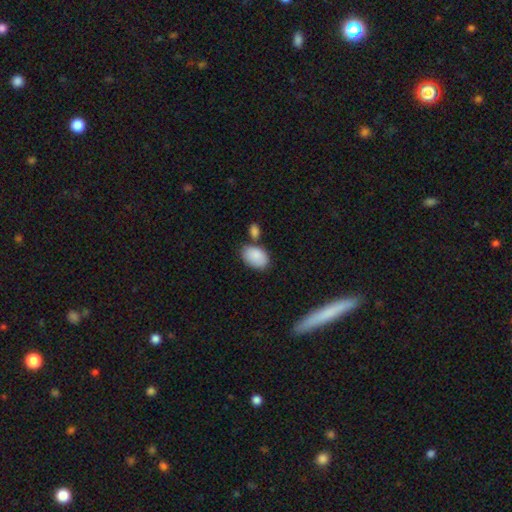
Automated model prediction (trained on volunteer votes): smooth_or_featured: smooth (p=0.88) [alt: star or artifact p=0.06]
how_rounded: in between (p=0.90) [alt: round p=0.08]
merging: none (p=0.61) [alt: merger p=0.18]